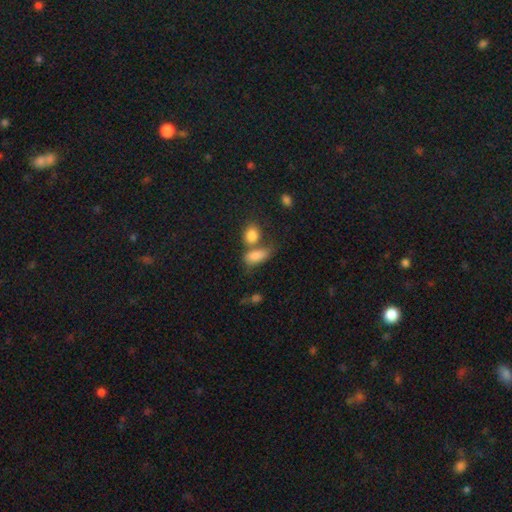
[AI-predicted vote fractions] smooth-or-featured: smooth: 83% | star or artifact: 8% | featured or disk: 8%
  how-rounded: in between: 82% | round: 11% | cigar-shaped: 7%
  merging: merger: 44% | none: 36% | minor disturbance: 13% | major disturbance: 7%